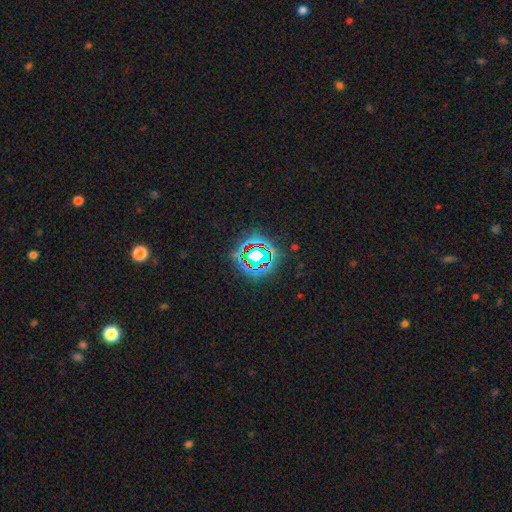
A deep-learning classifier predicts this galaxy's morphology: Smooth or featured: star or artifact — 69% (smooth — 19%)